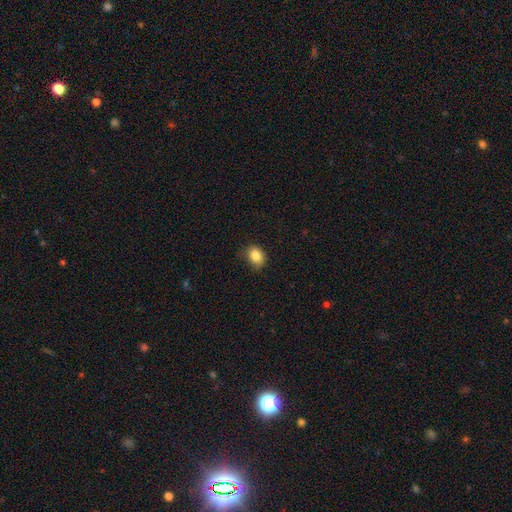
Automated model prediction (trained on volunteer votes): Smooth or featured: smooth — 85% (star or artifact — 10%)
How rounded: in between — 53% (round — 46%)
Merging: none — 76% (minor disturbance — 19%)